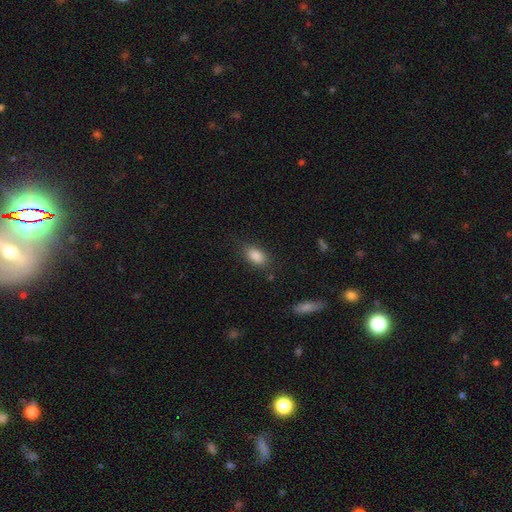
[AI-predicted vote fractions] This is clearly a smooth galaxy (87%). How rounded: clearly in between (90%). Merging: clearly none (83%).